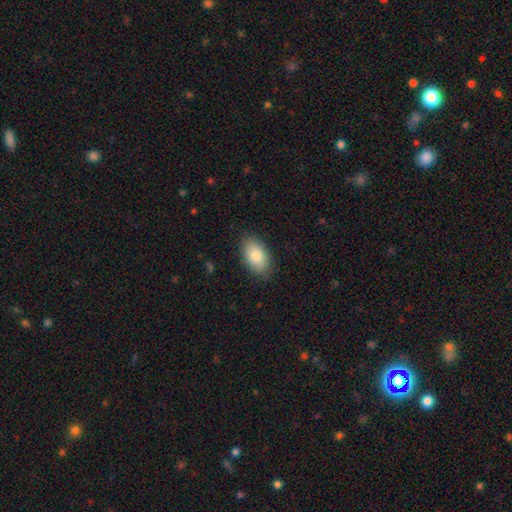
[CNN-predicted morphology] A smooth galaxy with no disk features (84%) that is in between round and cigar-shaped (93%). Merging: none (85%).